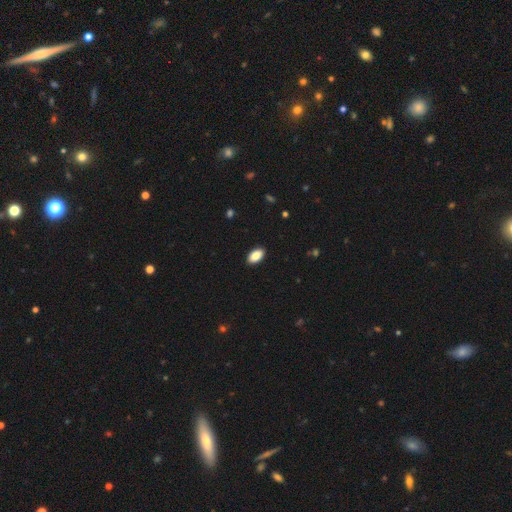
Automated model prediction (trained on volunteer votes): Smooth or featured? Predicted: smooth (p=0.88). How rounded? Predicted: in between (p=0.94). Merging? Predicted: none (p=0.90).